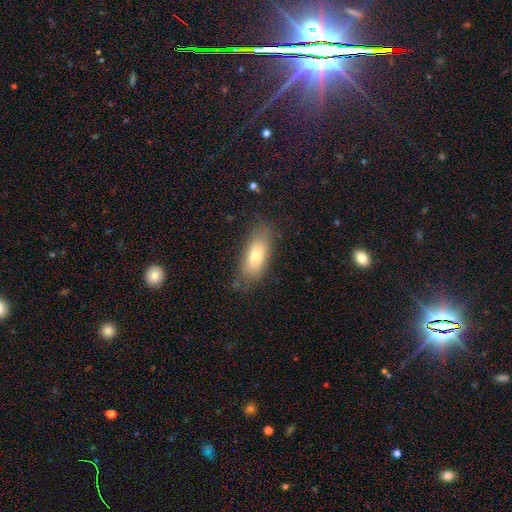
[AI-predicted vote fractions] smooth-or-featured: smooth: 73% | featured or disk: 19% | star or artifact: 8%
  how-rounded: in between: 77% | cigar-shaped: 19% | round: 4%
  merging: none: 77% | minor disturbance: 17% | major disturbance: 5% | merger: 2%